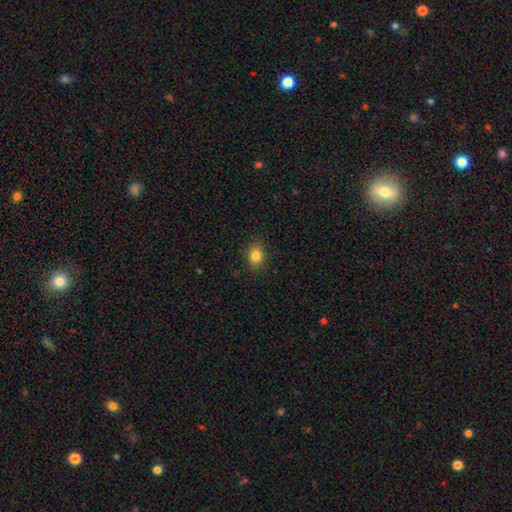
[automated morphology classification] Q: Smooth or featured?
A: smooth (84%); runner-up: star or artifact (10%)
Q: How rounded?
A: in between (56%); runner-up: round (43%)
Q: Merging?
A: none (87%); runner-up: minor disturbance (10%)